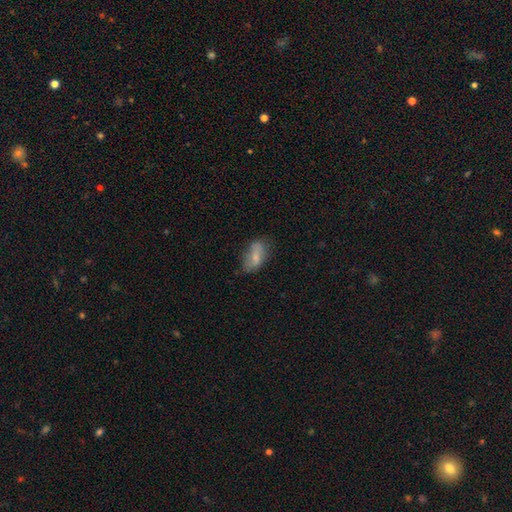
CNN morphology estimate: smooth_or_featured: smooth (p=0.69) [alt: featured or disk p=0.23]
how_rounded: in between (p=0.89) [alt: cigar-shaped p=0.06]
merging: none (p=0.56) [alt: minor disturbance p=0.30]